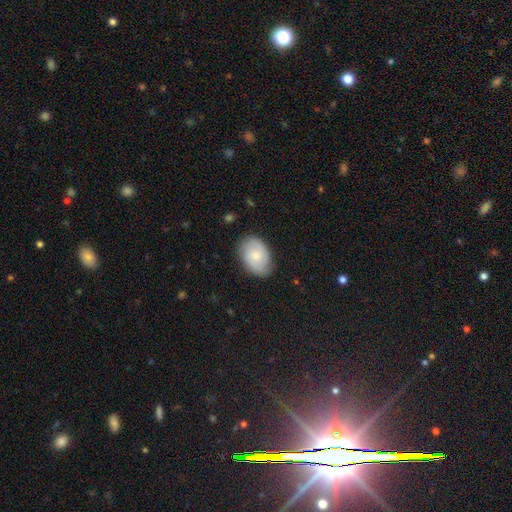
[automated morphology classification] Smooth or featured: smooth — 58% (featured or disk — 35%)
How rounded: in between — 83% (round — 16%)
Merging: none — 80% (minor disturbance — 16%)